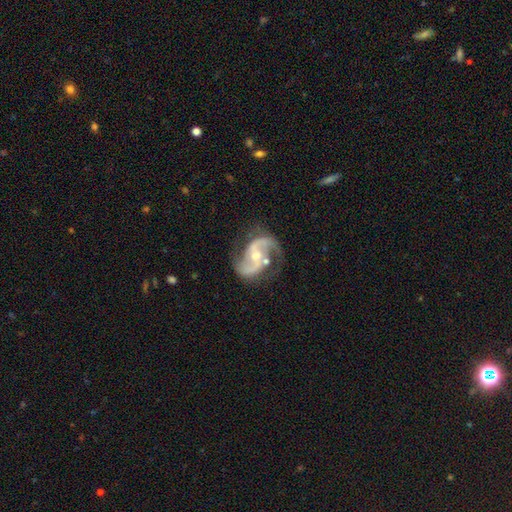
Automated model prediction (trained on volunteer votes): A featured or disk galaxy (91%) with no bar (43%), 2 (92%) medium (51%) spiral arms (97%) and a moderate central bulge (55%).

Vote fractions:
- Smooth or featured? featured or disk: 91% / star or artifact: 5% / smooth: 4%
- Edge-on disk? no: 98% / yes: 2%
- Bar? no: 43% / weak: 39% / strong: 18%
- Spiral arms? yes: 97% / no: 3%
- Spiral winding? medium: 51% / loose: 37% / tight: 12%
- Spiral arm count? 2: 92% / can't tell: 2% / 1: 2% / 3: 2% / 4: 1% / more than 4: 1%
- Bulge size? moderate: 55% / small: 41% / large: 2% / none: 2% / dominant: 1%
- Merging? none: 68% / minor disturbance: 18% / major disturbance: 10% / merger: 4%